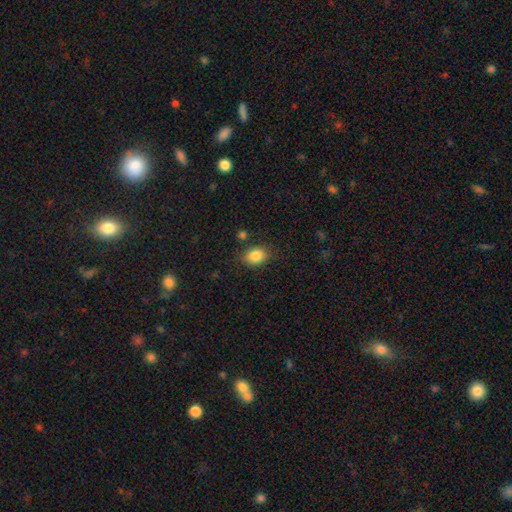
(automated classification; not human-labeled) Smooth or featured: smooth — 85% (star or artifact — 9%)
How rounded: in between — 66% (round — 33%)
Merging: none — 82% (minor disturbance — 12%)